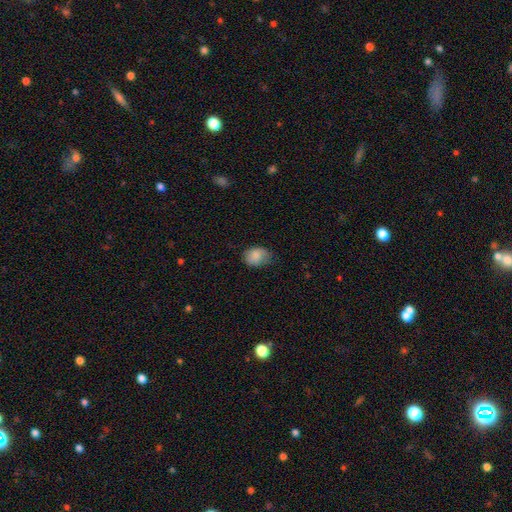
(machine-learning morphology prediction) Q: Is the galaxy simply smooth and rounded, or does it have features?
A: smooth — 83%.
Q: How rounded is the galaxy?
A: in between — 61%.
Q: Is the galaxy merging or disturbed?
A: none — 62%.